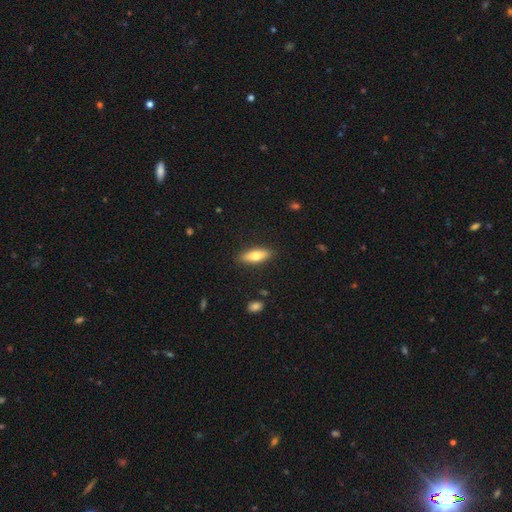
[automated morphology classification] type=smooth (71%); roundness=in between (59%); merging=none (88%).